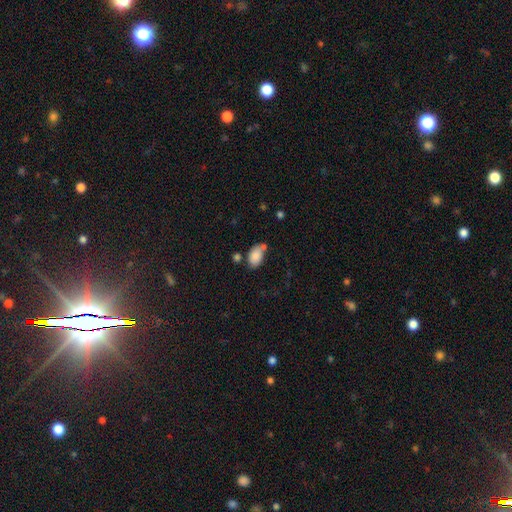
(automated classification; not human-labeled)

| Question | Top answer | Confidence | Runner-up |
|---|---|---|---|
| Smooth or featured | smooth | 85% | star or artifact (8%) |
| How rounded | in between | 91% | round (8%) |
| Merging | none | 51% | minor disturbance (24%) |